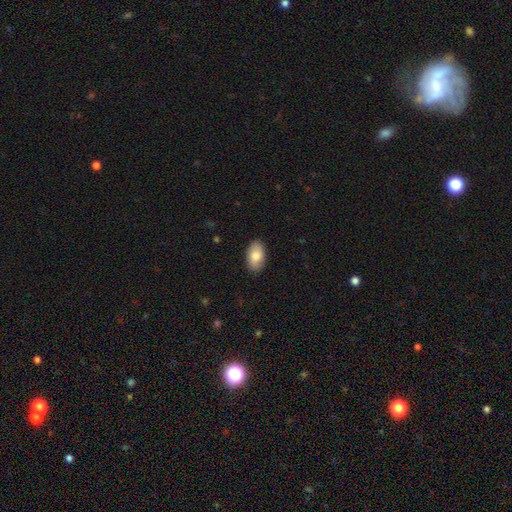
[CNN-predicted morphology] The model was most divided on "smooth or featured": smooth: 81%, featured or disk: 13%, star or artifact: 6%. More confident: how rounded — in between (94%); merging — none (86%).